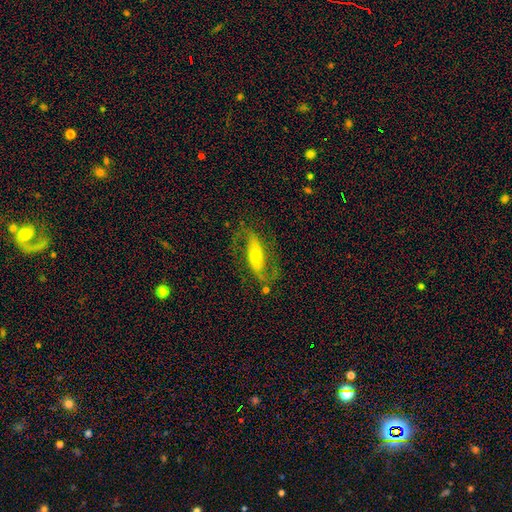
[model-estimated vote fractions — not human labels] Smooth or featured? Predicted: featured or disk (p=0.83). Edge-on disk? Predicted: no (p=0.92). Bar? Predicted: no (p=0.36). Spiral arms? Predicted: yes (p=0.93). Spiral winding? Predicted: loose (p=0.49). Spiral arm count? Predicted: 2 (p=0.92). Bulge size? Predicted: small (p=0.52). Merging? Predicted: none (p=0.73).